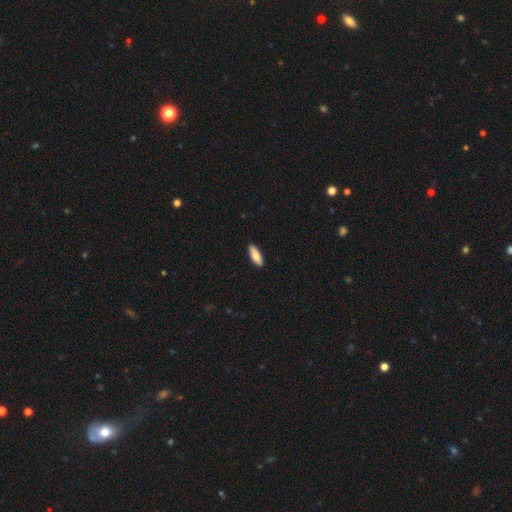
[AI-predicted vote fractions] Smooth or featured? smooth (81%)
How rounded? in between (64%)
Merging? none (90%)